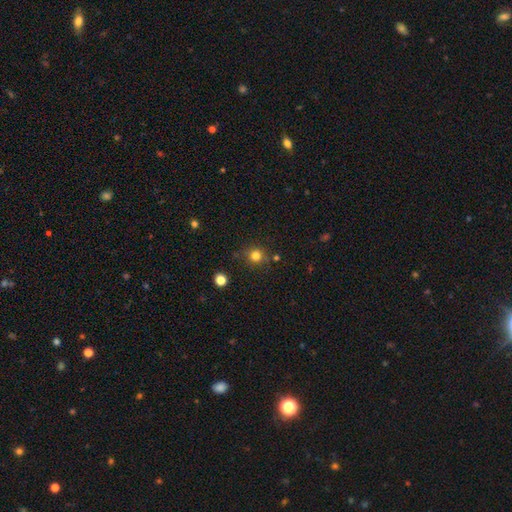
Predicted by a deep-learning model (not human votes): smooth-or-featured: smooth: 79% | star or artifact: 15% | featured or disk: 6%
  how-rounded: round: 91% | in between: 8% | cigar-shaped: 1%
  merging: none: 81% | minor disturbance: 11% | merger: 6% | major disturbance: 3%